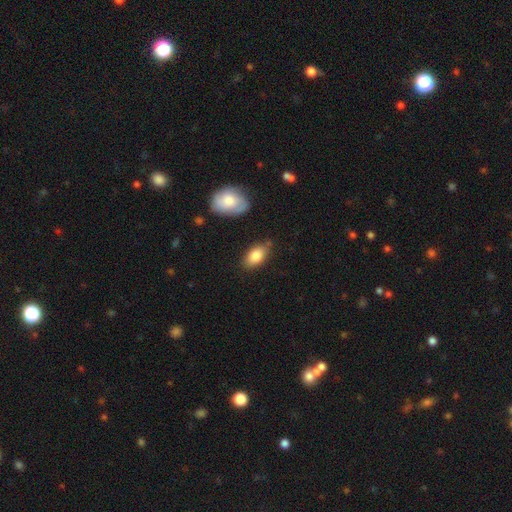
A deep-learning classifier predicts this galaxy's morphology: Smooth or featured? smooth (84%)
How rounded? in between (91%)
Merging? none (73%)